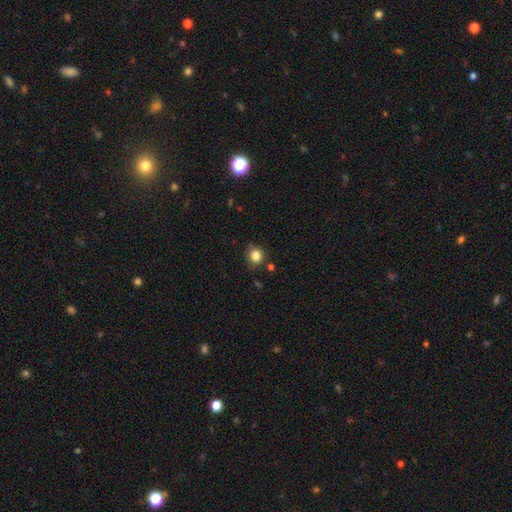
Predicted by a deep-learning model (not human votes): smooth_or_featured: smooth (p=0.83) [alt: star or artifact p=0.12]
how_rounded: round (p=0.78) [alt: in between p=0.21]
merging: none (p=0.76) [alt: minor disturbance p=0.16]